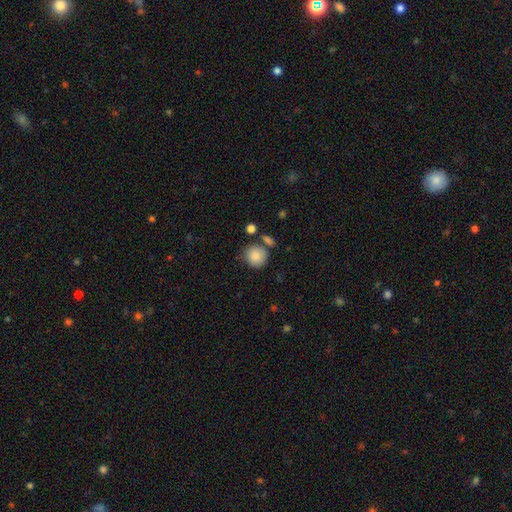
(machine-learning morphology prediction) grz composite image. It shows a smooth galaxy with no disk features (86%) that is round (88%). Merging: none (69%).